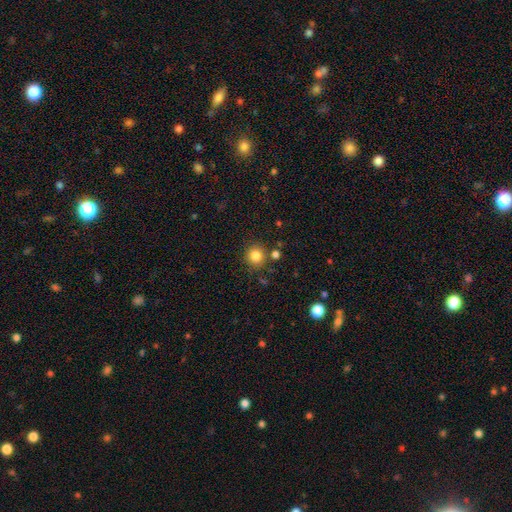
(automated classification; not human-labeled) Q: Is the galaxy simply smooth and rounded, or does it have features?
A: smooth — 83%.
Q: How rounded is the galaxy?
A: round — 92%.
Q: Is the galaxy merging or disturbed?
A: none — 84%.